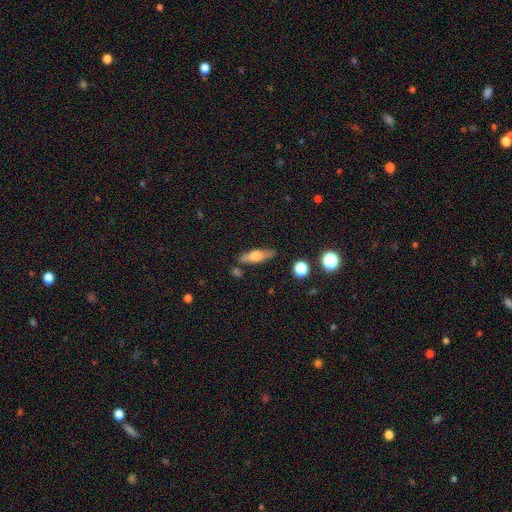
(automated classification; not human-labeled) A featured or disk galaxy (47%).

Vote fractions:
- Smooth or featured? featured or disk: 47% / smooth: 45% / star or artifact: 7%
- Merging? none: 81% / minor disturbance: 12% / merger: 4% / major disturbance: 3%